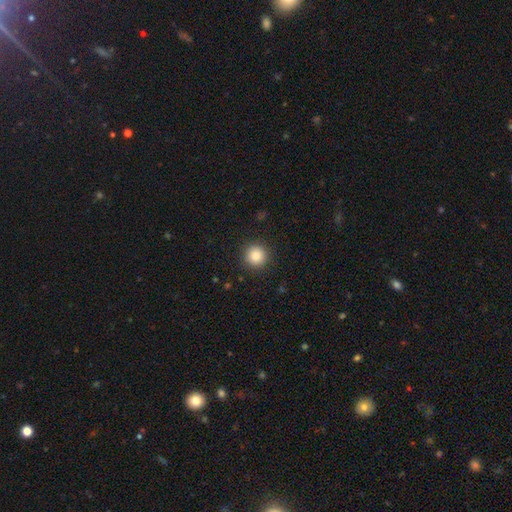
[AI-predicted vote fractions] Overall: smooth (85%). How rounded: round (95%). Merging: none (91%).